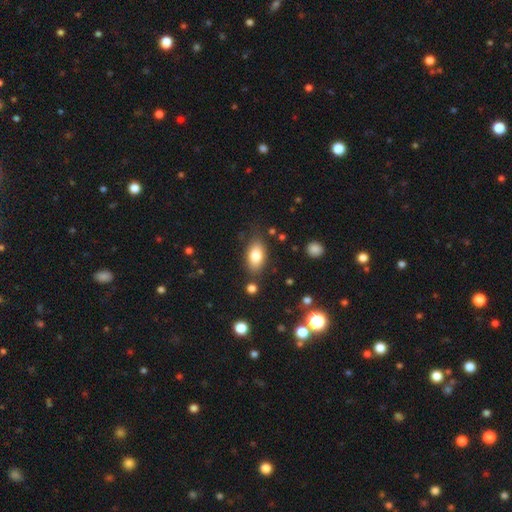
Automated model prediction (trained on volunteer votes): Morphology: type=smooth (81%); roundness=in between (90%); merging=none (79%).